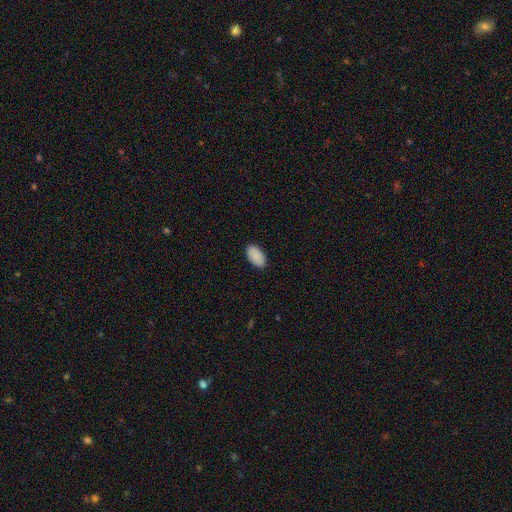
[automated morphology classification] Smooth or featured: smooth — 90% (star or artifact — 7%)
How rounded: in between — 95% (round — 3%)
Merging: none — 88% (minor disturbance — 9%)